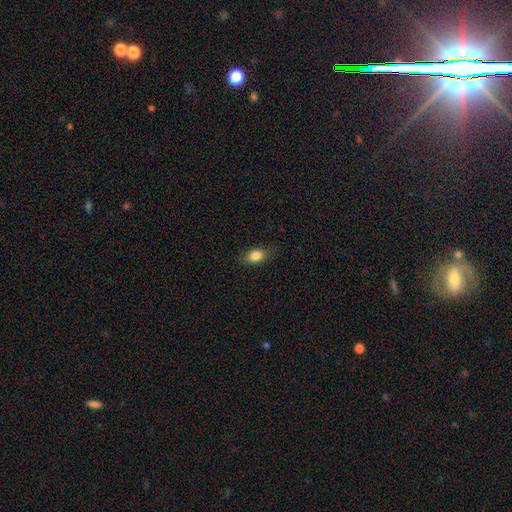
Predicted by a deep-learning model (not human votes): This appears to be a smooth galaxy with no disk features (85%) that is in between round and cigar-shaped (79%). Merging: none (82%).